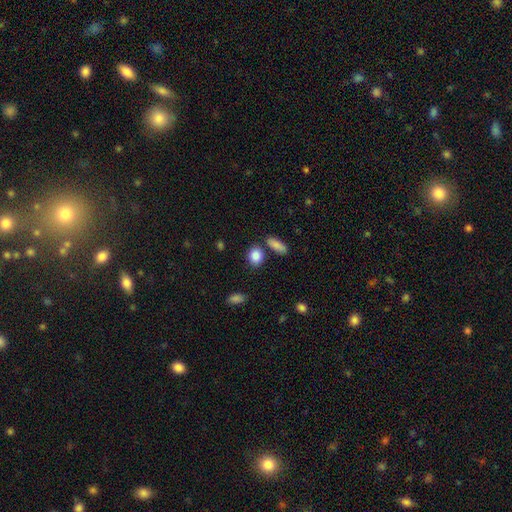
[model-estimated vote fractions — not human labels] Smooth or featured: smooth — 87% (star or artifact — 8%)
How rounded: in between — 52% (round — 45%)
Merging: none — 75% (merger — 11%)